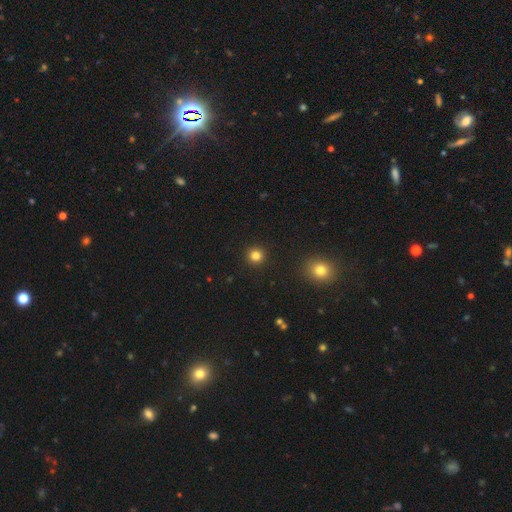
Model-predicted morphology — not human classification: smooth_or_featured: smooth (p=0.82) [alt: star or artifact p=0.13]
how_rounded: round (p=0.94) [alt: in between p=0.05]
merging: none (p=0.93) [alt: minor disturbance p=0.04]